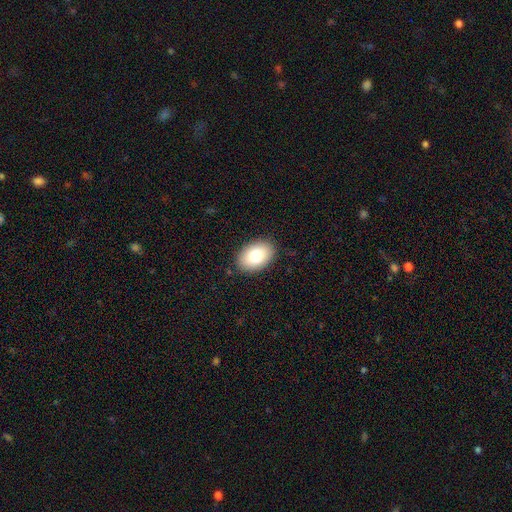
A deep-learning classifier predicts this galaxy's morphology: Q: Smooth or featured?
A: smooth (80%); runner-up: featured or disk (13%)
Q: How rounded?
A: in between (87%); runner-up: round (12%)
Q: Merging?
A: none (88%); runner-up: minor disturbance (9%)